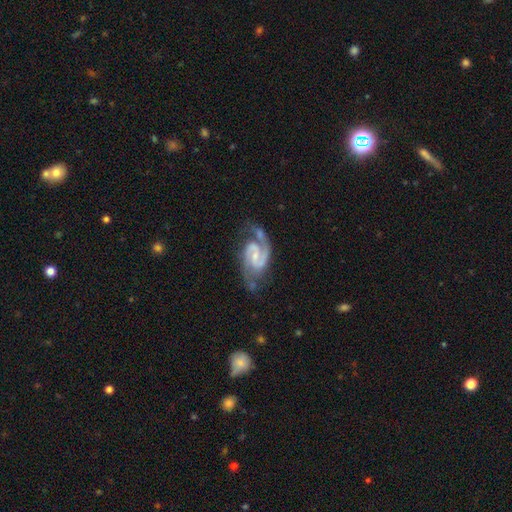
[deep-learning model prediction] This appears to be a featured or disk galaxy (92%) with a weak bar (53%), 2 (91%) medium (58%) spiral arms (98%) and a small central bulge (59%). Merging: none (62%).